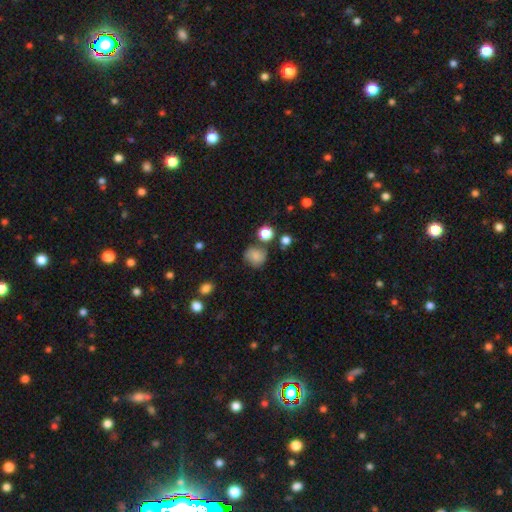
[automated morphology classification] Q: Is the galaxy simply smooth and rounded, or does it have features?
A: smooth — 73%.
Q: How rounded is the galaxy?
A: round — 80%.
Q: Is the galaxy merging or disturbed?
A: none — 70%.